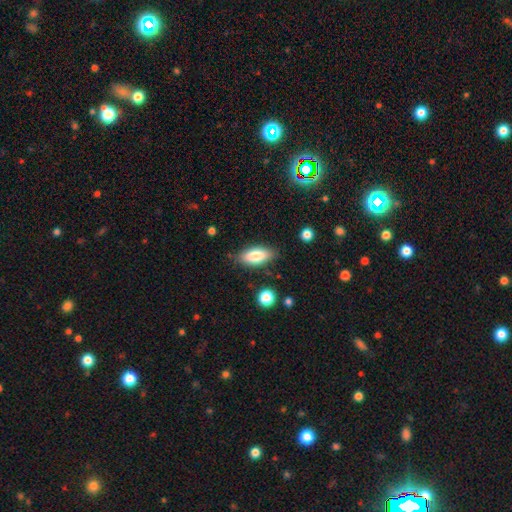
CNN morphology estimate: smooth 80%, featured or disk 13%, star or artifact 7%. Down the decision tree: how rounded — in between (83%); merging — none (82%).